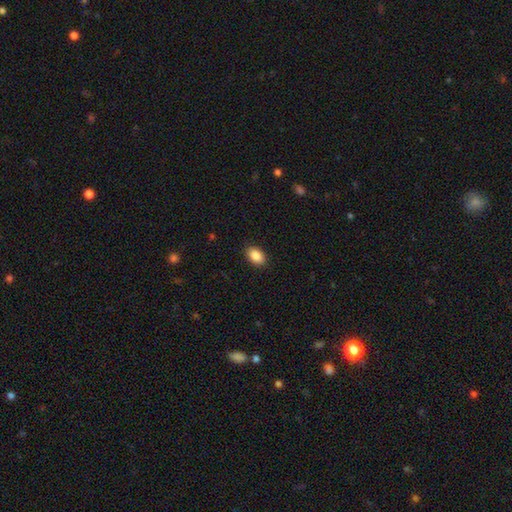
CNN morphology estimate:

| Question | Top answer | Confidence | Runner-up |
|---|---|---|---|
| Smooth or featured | smooth | 89% | star or artifact (7%) |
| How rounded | in between | 89% | round (9%) |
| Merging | none | 90% | minor disturbance (8%) |